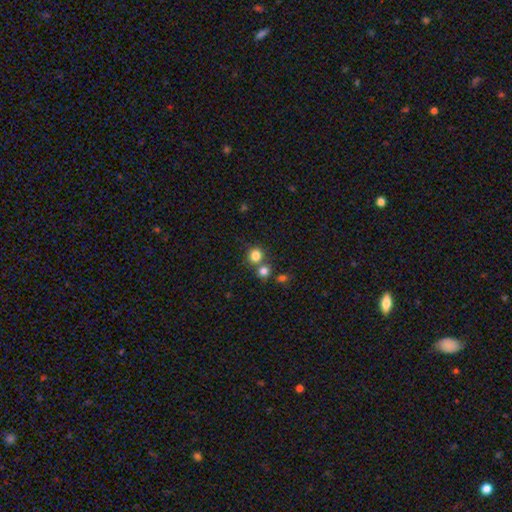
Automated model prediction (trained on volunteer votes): This appears to be a smooth galaxy with no disk features (81%) that is round (89%). Merging: none (63%).